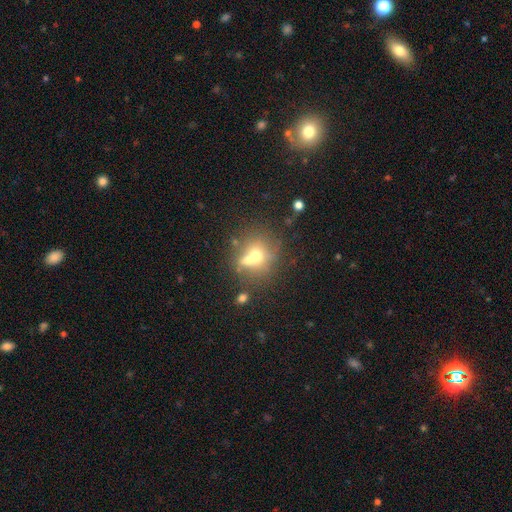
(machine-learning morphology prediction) smooth_or_featured: smooth (p=0.58) [alt: featured or disk p=0.25]
how_rounded: round (p=0.80) [alt: in between p=0.18]
merging: none (p=0.46) [alt: merger p=0.36]